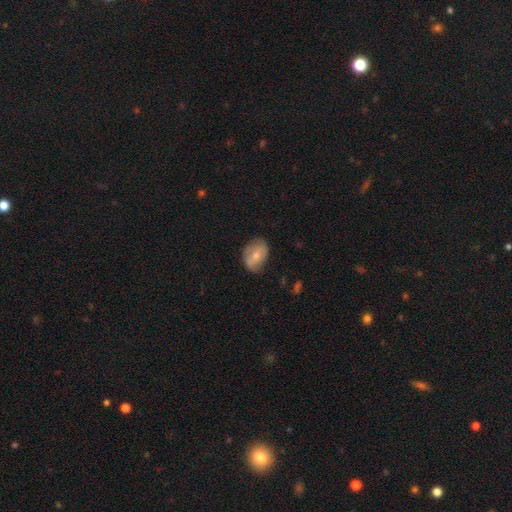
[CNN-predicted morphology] Smooth or featured? smooth (58%)
How rounded? in between (74%)
Merging? none (64%)